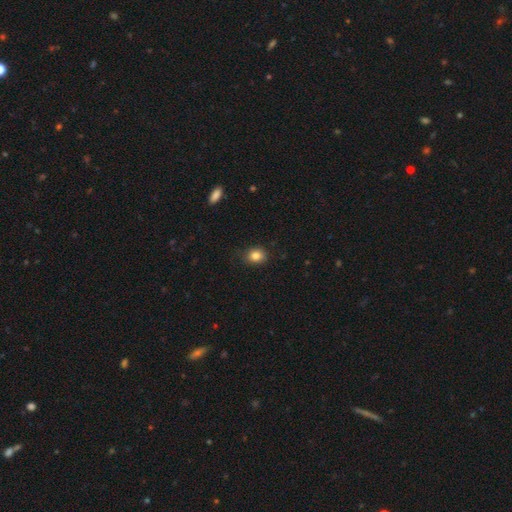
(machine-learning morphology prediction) A smooth galaxy with no disk features (84%) that is round (58%).

Vote fractions:
- Smooth or featured? smooth: 84% / star or artifact: 11% / featured or disk: 6%
- How rounded? round: 58% / in between: 41% / cigar-shaped: 1%
- Merging? none: 83% / minor disturbance: 14% / major disturbance: 3% / merger: 1%